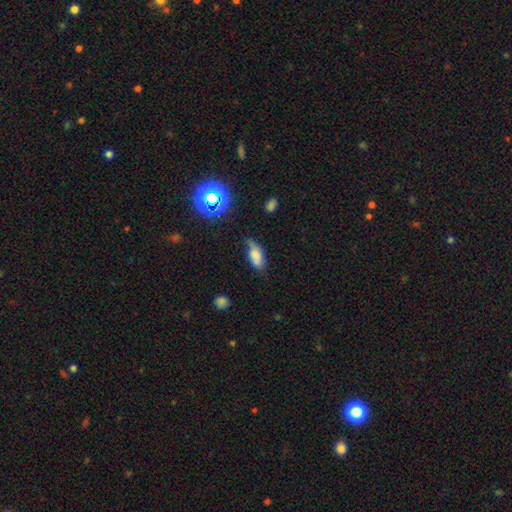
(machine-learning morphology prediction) smooth-or-featured: smooth: 70% | featured or disk: 17% | star or artifact: 13%
  how-rounded: in between: 83% | cigar-shaped: 13% | round: 4%
  merging: none: 46% | minor disturbance: 37% | major disturbance: 13% | merger: 4%